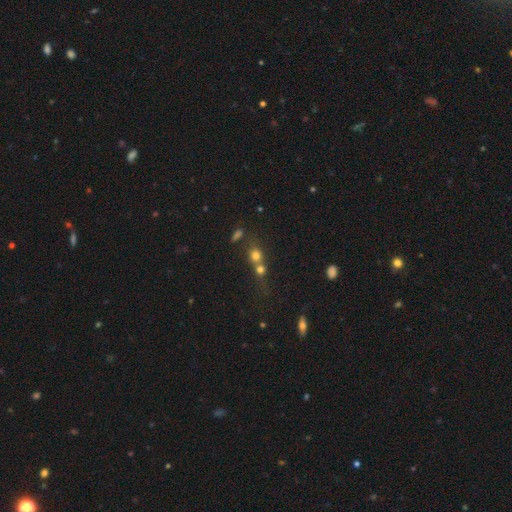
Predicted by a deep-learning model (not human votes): A smooth galaxy with no disk features (69%) that is round (77%). Merging: merger (55%).